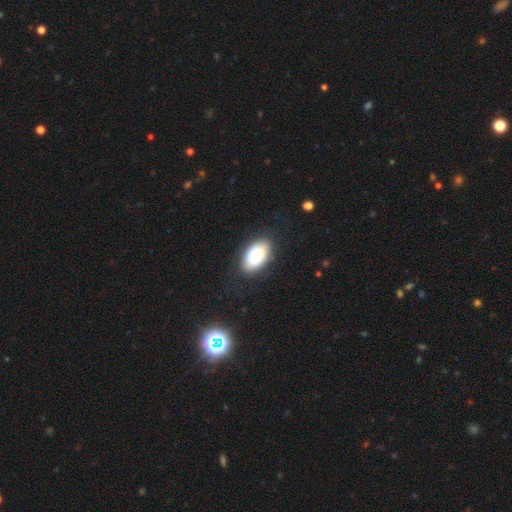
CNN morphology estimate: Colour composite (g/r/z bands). It shows a smooth galaxy with no disk features (85%) that is in between round and cigar-shaped (94%). Merging: none (82%).